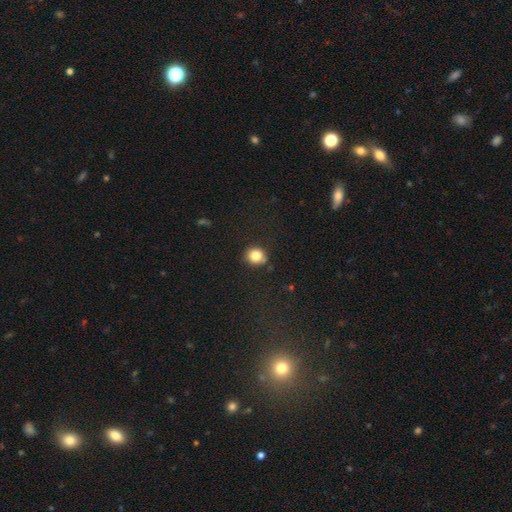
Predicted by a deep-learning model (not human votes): Smooth or featured: smooth — 83% (star or artifact — 11%)
How rounded: round — 83% (in between — 16%)
Merging: none — 81% (minor disturbance — 13%)